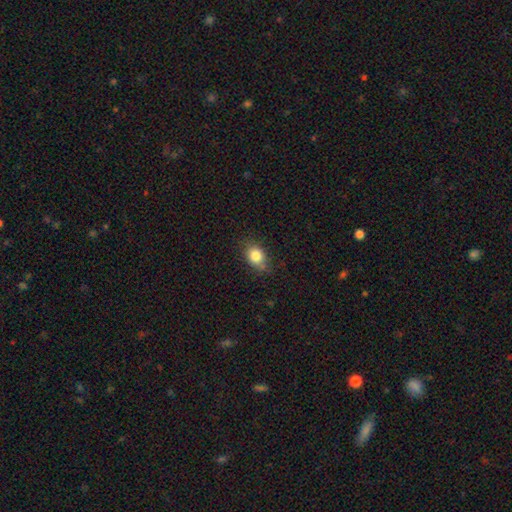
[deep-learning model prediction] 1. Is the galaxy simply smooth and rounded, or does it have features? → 82% smooth, 10% star or artifact, 8% featured or disk.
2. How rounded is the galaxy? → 56% in between, 42% round, 2% cigar-shaped.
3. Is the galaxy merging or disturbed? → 72% none, 22% minor disturbance, 4% major disturbance, 2% merger.